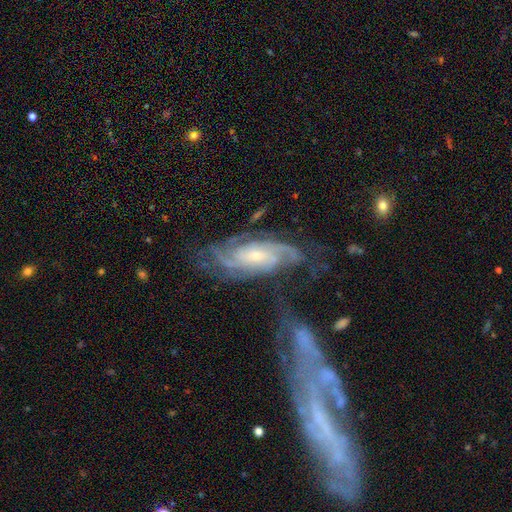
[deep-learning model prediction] A featured or disk galaxy (87%) with no bar (58%), tight (61%) spiral arms (97%) and a small central bulge (65%).

Vote fractions:
- Smooth or featured? featured or disk: 87% / smooth: 7% / star or artifact: 6%
- Edge-on disk? no: 93% / yes: 7%
- Bar? no: 58% / weak: 32% / strong: 10%
- Spiral arms? yes: 97% / no: 3%
- Spiral winding? tight: 61% / medium: 31% / loose: 8%
- Spiral arm count? can't tell: 27% / 3: 23% / 2: 21% / 4: 18% / more than 4: 6% / 1: 5%
- Bulge size? small: 65% / moderate: 30% / none: 2% / large: 2% / dominant: 1%
- Merging? none: 54% / minor disturbance: 19% / major disturbance: 15% / merger: 12%